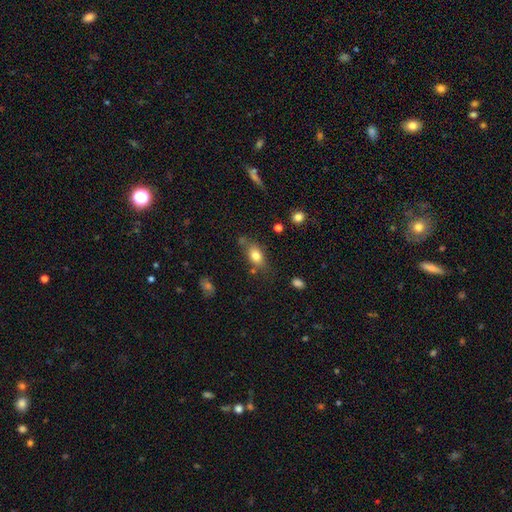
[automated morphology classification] type=smooth (79%); roundness=in between (81%); merging=none (66%).